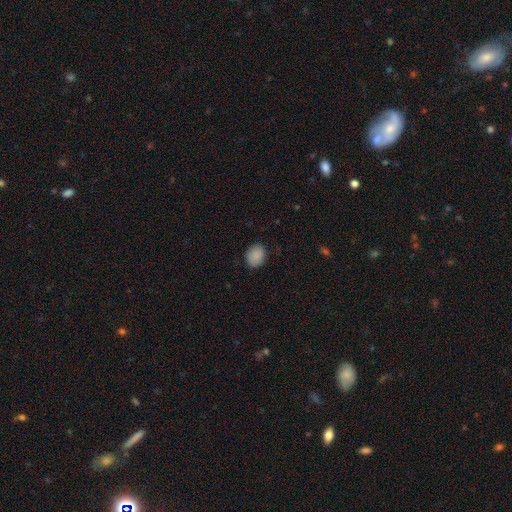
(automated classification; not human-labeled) smooth-or-featured: smooth: 88% | star or artifact: 8% | featured or disk: 3%
  how-rounded: in between: 57% | round: 42% | cigar-shaped: 1%
  merging: none: 86% | minor disturbance: 11% | major disturbance: 2% | merger: 1%